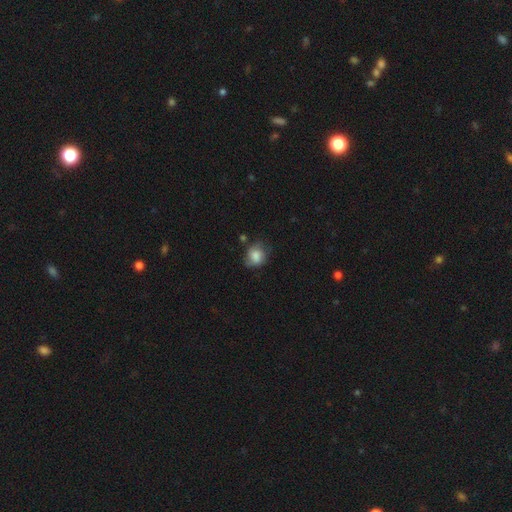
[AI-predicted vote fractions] Smooth or featured?
  - smooth: 67% *
  - featured or disk: 25%
  - star or artifact: 9%
How rounded?
  - round: 65% *
  - in between: 34%
  - cigar-shaped: 1%
Merging?
  - none: 60% *
  - minor disturbance: 27%
  - major disturbance: 10%
  - merger: 3%